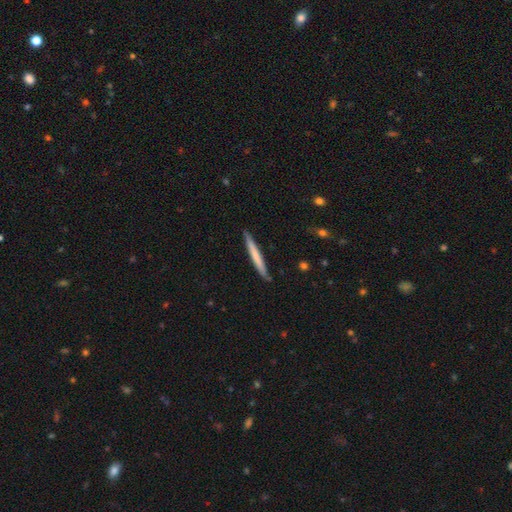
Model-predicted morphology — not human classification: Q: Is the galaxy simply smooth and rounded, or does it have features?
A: smooth — 62%.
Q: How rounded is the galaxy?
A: cigar-shaped — 97%.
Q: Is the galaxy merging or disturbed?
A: none — 88%.